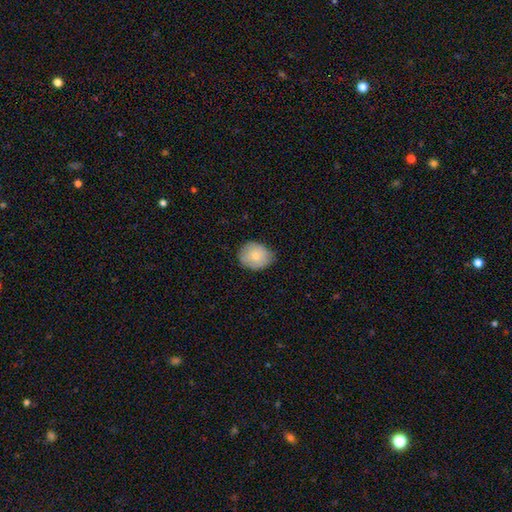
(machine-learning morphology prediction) A smooth galaxy with no disk features (76%) that is round (61%).

Vote fractions:
- Smooth or featured? smooth: 76% / featured or disk: 17% / star or artifact: 7%
- How rounded? round: 61% / in between: 38% / cigar-shaped: 1%
- Merging? none: 73% / minor disturbance: 23% / major disturbance: 4% / merger: 1%